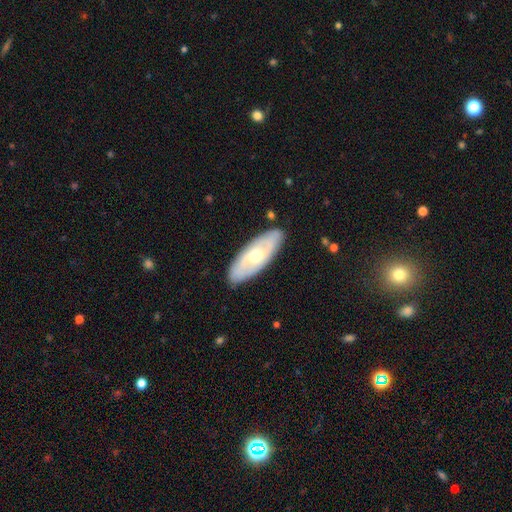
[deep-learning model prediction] A featured or disk galaxy (59%).

Vote fractions:
- Smooth or featured? featured or disk: 59% / smooth: 36% / star or artifact: 5%
- Edge-on disk? no: 78% / yes: 22%
- Merging? none: 85% / minor disturbance: 11% / major disturbance: 2% / merger: 1%